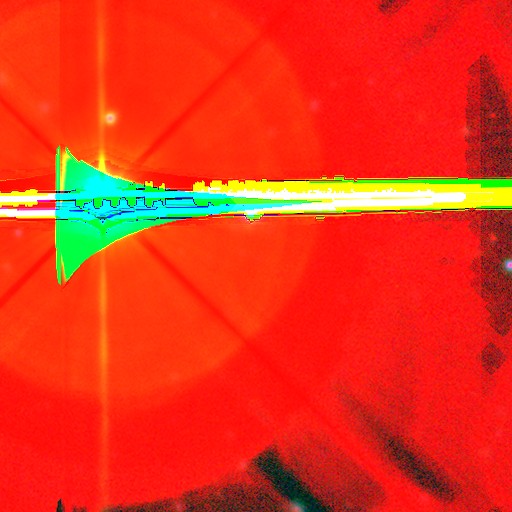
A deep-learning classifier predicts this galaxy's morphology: This is clearly a star or artifact rather than a galaxy (88%).